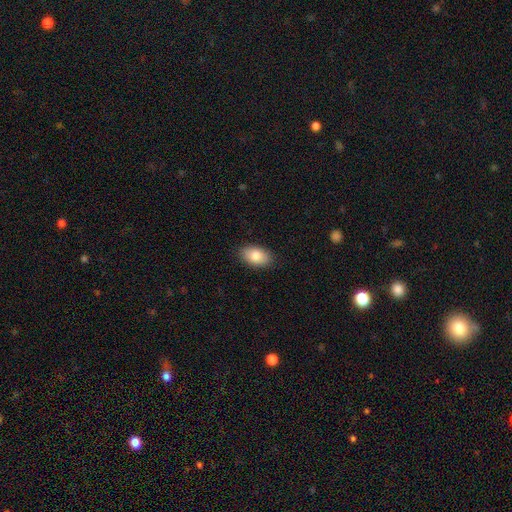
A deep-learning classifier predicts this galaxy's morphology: Smooth or featured? smooth (84%)
How rounded? in between (92%)
Merging? none (88%)